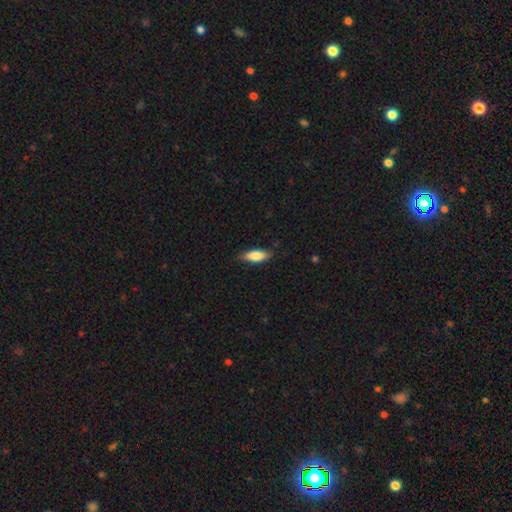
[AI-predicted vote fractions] A smooth galaxy with no disk features (78%) that is in between round and cigar-shaped (69%). Merging: none (81%).